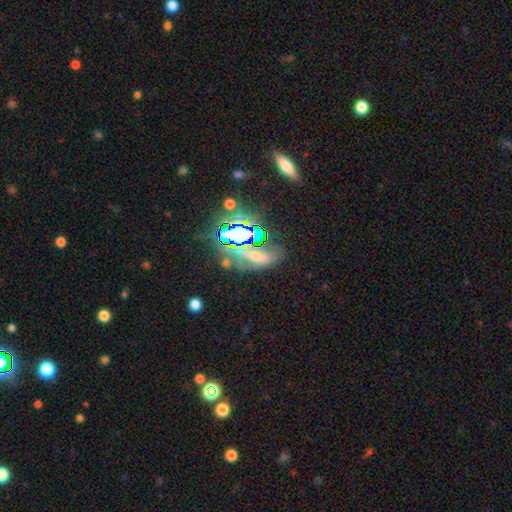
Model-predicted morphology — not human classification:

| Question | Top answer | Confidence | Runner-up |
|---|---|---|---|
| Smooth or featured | star or artifact | 53% | smooth (27%) |